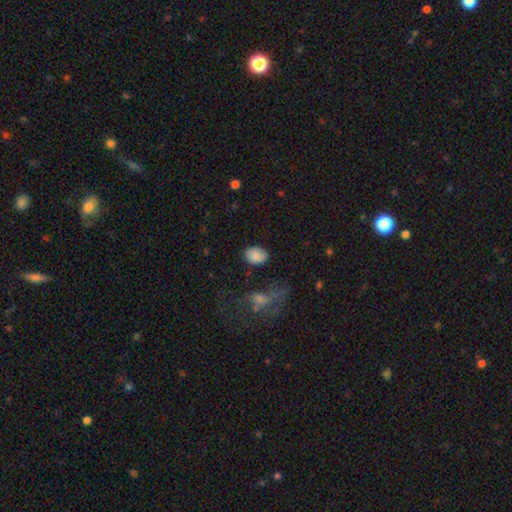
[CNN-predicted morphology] Smooth or featured? smooth (83%)
How rounded? in between (76%)
Merging? none (75%)